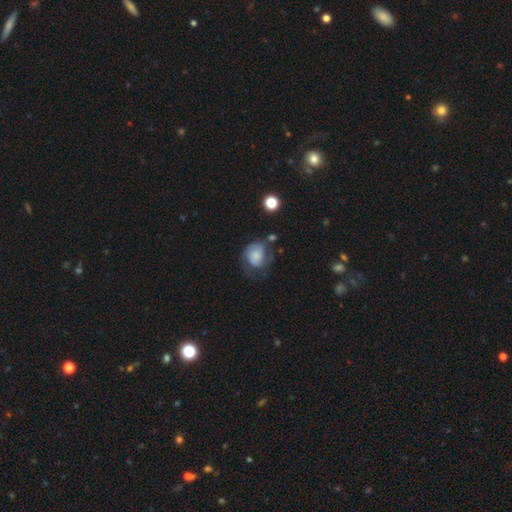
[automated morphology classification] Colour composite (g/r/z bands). It shows a smooth galaxy with no disk features (48%). Merging: none (34%, tied with major disturbance).